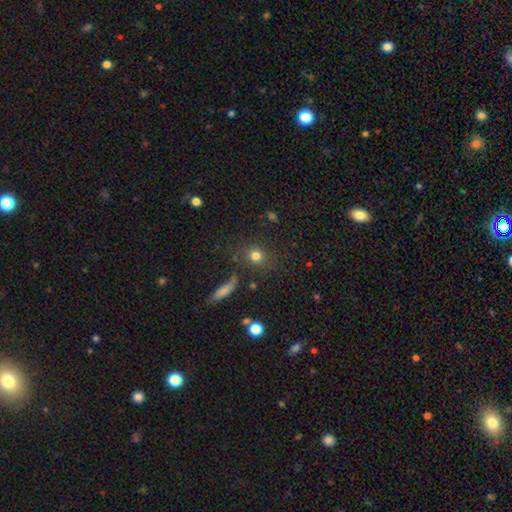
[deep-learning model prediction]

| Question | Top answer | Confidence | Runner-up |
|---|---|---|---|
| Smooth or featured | smooth | 77% | star or artifact (15%) |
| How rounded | round | 81% | in between (16%) |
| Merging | none | 81% | minor disturbance (10%) |